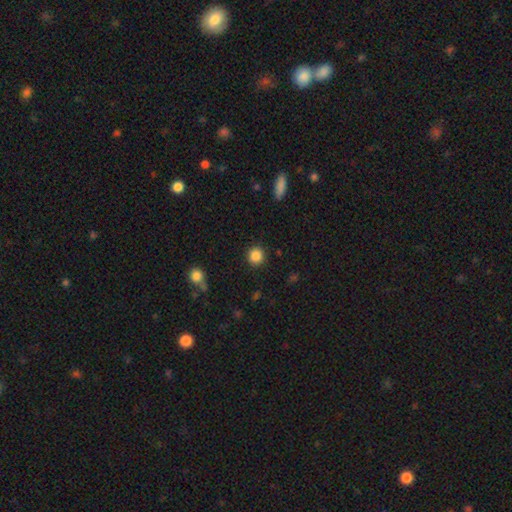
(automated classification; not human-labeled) Morphology: type=smooth (87%); roundness=round (93%); merging=none (91%).